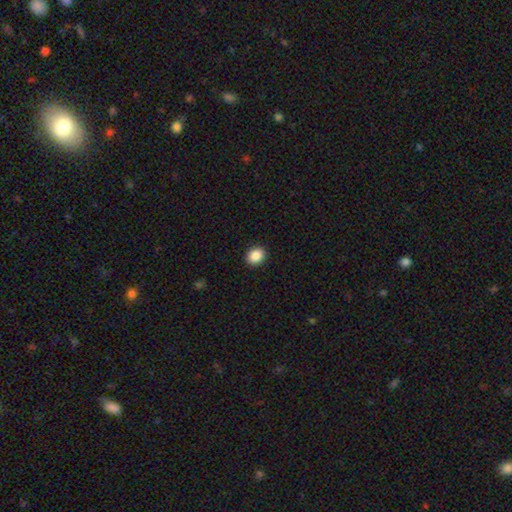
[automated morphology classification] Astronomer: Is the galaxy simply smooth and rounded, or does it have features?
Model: smooth — 88%.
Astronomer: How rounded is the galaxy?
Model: round — 65%.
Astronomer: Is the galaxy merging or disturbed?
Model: none — 92%.